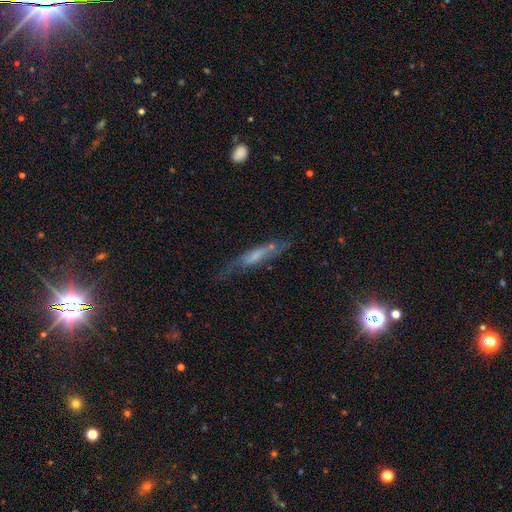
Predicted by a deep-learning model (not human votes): Smooth or featured?
  - featured or disk: 49% *
  - smooth: 41%
  - star or artifact: 9%
Merging?
  - none: 51% *
  - minor disturbance: 27%
  - major disturbance: 17%
  - merger: 5%